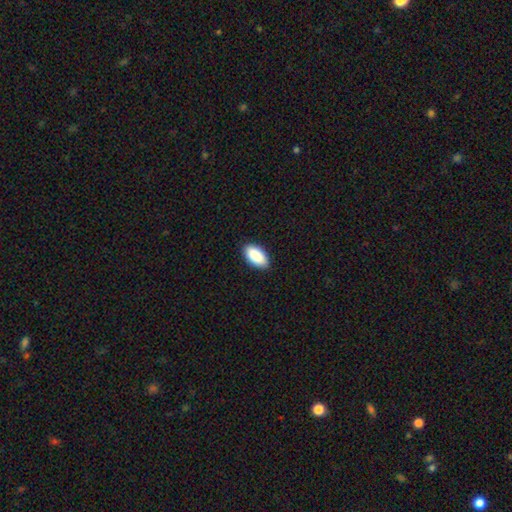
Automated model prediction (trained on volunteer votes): smooth_or_featured: smooth (p=0.90) [alt: star or artifact p=0.06]
how_rounded: in between (p=0.95) [alt: cigar-shaped p=0.03]
merging: none (p=0.89) [alt: minor disturbance p=0.09]